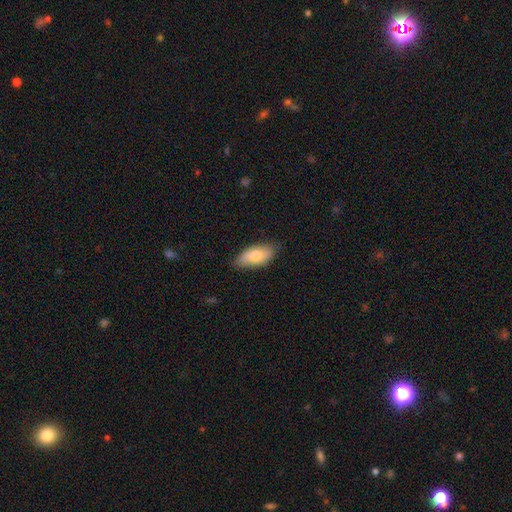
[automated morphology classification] This is likely a smooth galaxy (73%). How rounded: clearly in between (90%). Merging: likely none (77%).